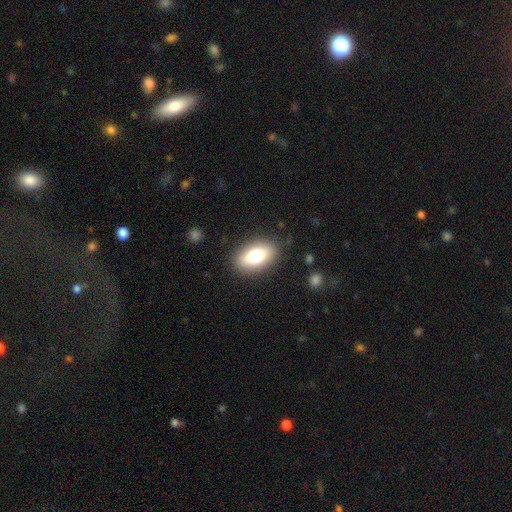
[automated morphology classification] Smooth or featured? smooth (74%)
How rounded? in between (89%)
Merging? none (87%)